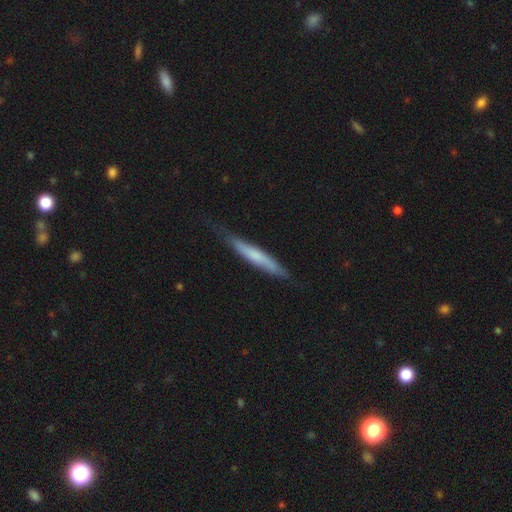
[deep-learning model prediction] Smooth or featured? Predicted: smooth (p=0.57). How rounded? Predicted: cigar-shaped (p=0.94). Merging? Predicted: none (p=0.67).